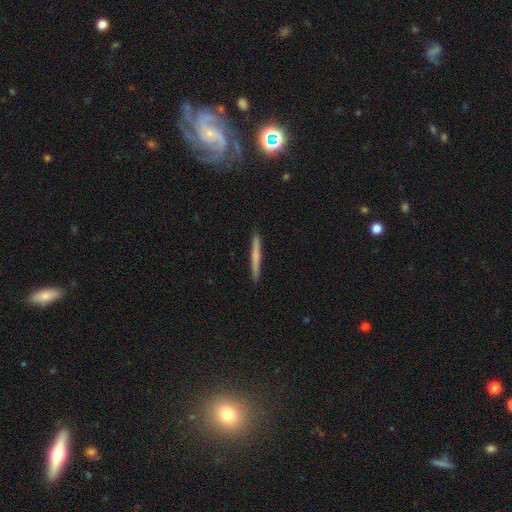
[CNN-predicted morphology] This is likely a smooth galaxy (60%). How rounded: clearly cigar-shaped (97%). Merging: clearly none (92%).